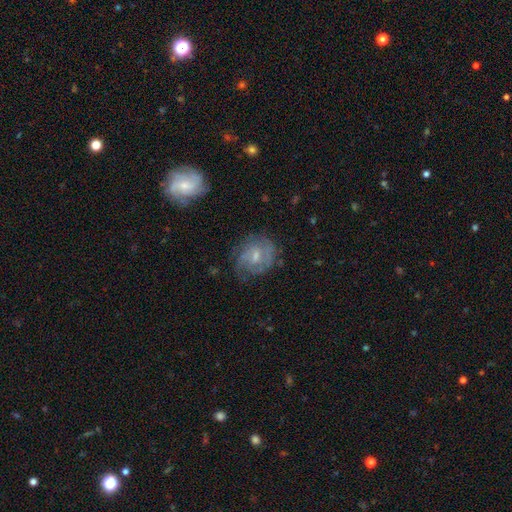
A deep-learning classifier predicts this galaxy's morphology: Smooth or featured: featured or disk — 64% (smooth — 28%)
Edge-on disk: no — 97% (yes — 3%)
Bar: weak — 53% (no — 36%)
Spiral arms: yes — 80% (no — 20%)
Bulge size: small — 48% (moderate — 40%)
Merging: none — 64% (minor disturbance — 22%)